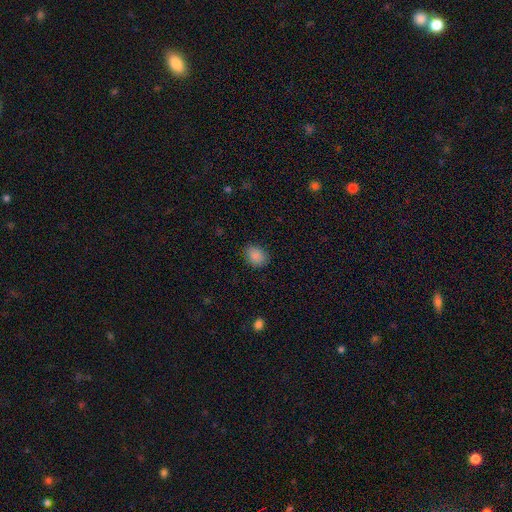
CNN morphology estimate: This appears to be a smooth galaxy with no disk features (87%) that is in between round and cigar-shaped (55%). Merging: none (84%).